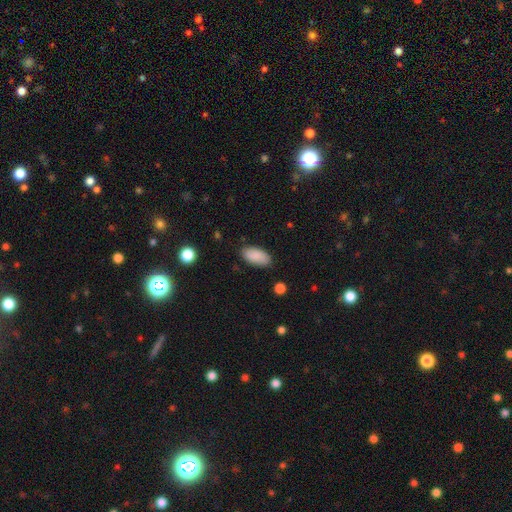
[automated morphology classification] This is clearly a smooth galaxy (89%). How rounded: clearly in between (93%). Merging: clearly none (84%).